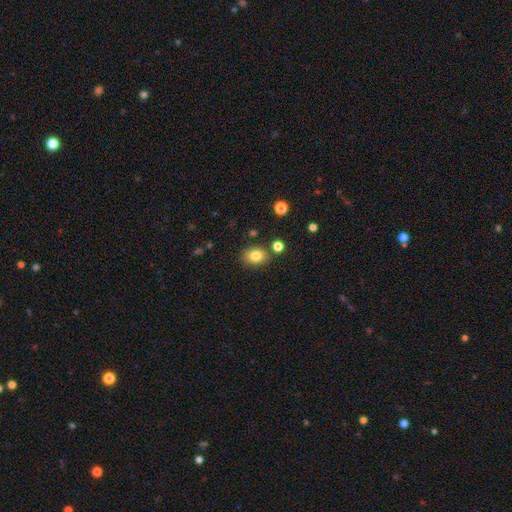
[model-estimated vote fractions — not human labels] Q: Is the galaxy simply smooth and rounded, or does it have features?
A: smooth — 81%.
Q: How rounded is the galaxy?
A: in between — 55%.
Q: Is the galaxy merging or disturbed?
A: none — 81%.